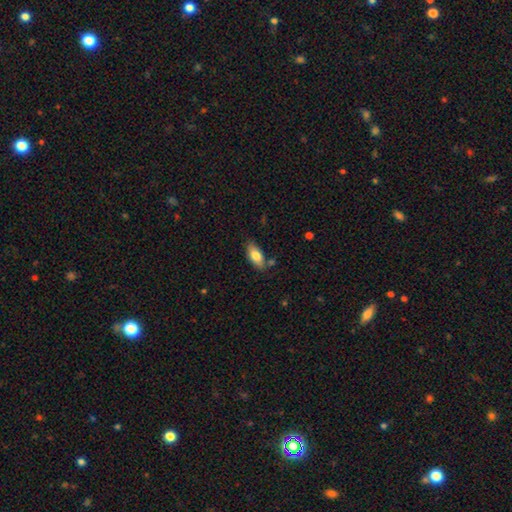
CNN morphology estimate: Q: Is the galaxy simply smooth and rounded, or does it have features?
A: smooth — 79%.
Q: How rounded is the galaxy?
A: in between — 87%.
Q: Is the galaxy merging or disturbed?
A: none — 77%.